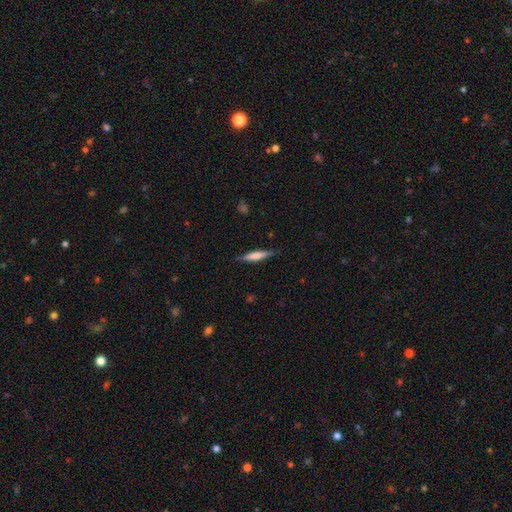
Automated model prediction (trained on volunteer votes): Morphology: type=smooth (55%); roundness=cigar-shaped (86%); merging=none (85%).